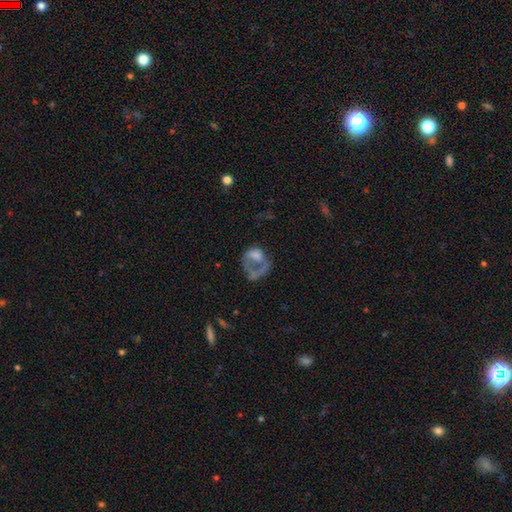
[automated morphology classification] featured or disk 47%, smooth 39%, star or artifact 13%. Down the decision tree: merging — major disturbance (48%).